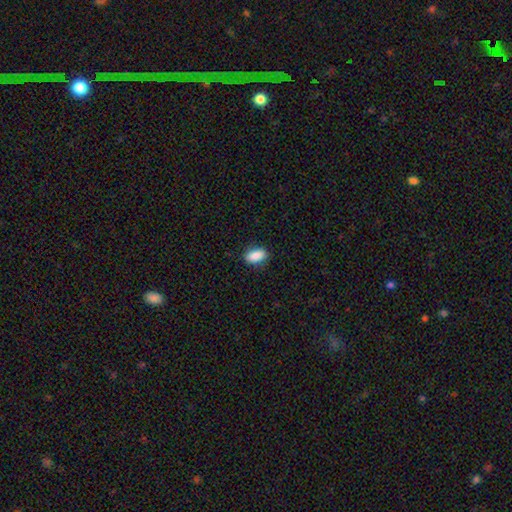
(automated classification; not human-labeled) Overall: smooth (89%). How rounded: in between (90%). Merging: none (85%).